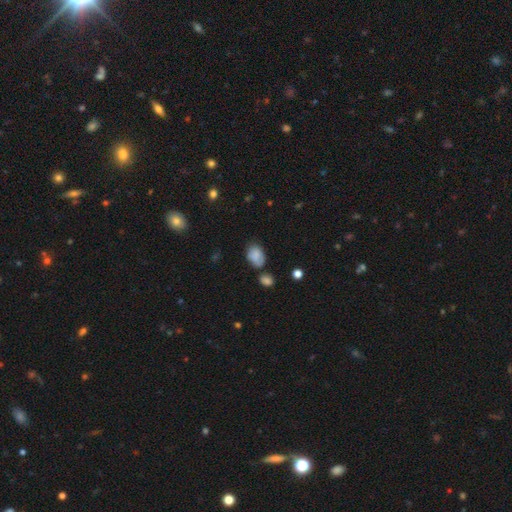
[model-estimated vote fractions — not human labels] This is clearly a smooth galaxy (82%). How rounded: clearly in between (84%). Merging: possibly none (55%).